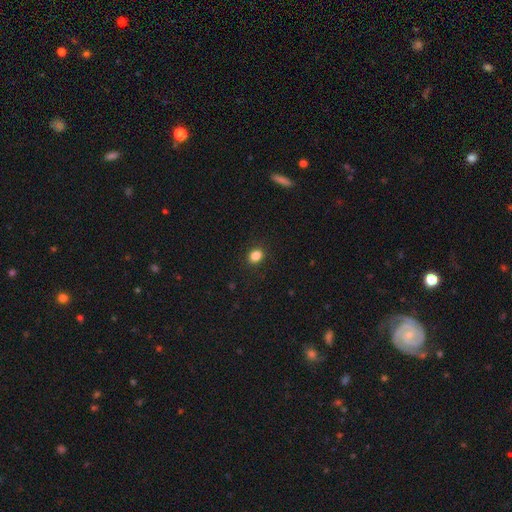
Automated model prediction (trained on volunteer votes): Smooth or featured?
  - smooth: 85% *
  - star or artifact: 11%
  - featured or disk: 4%
How rounded?
  - round: 56% *
  - in between: 43%
  - cigar-shaped: 1%
Merging?
  - none: 89% *
  - minor disturbance: 8%
  - major disturbance: 2%
  - merger: 1%